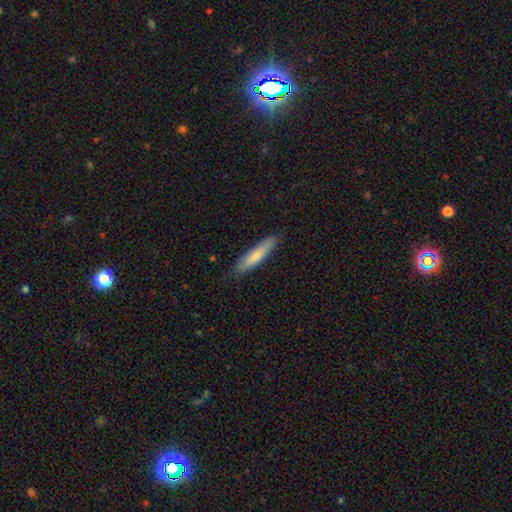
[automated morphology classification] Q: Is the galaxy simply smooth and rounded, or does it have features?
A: smooth — 77%.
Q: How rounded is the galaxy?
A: cigar-shaped — 87%.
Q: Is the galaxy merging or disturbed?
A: none — 86%.